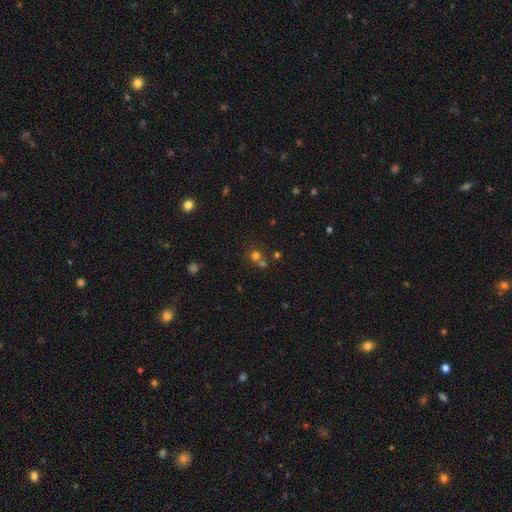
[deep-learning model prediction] Smooth or featured?
  - smooth: 65% *
  - star or artifact: 23%
  - featured or disk: 12%
How rounded?
  - round: 86% *
  - in between: 13%
  - cigar-shaped: 1%
Merging?
  - none: 50% *
  - merger: 40%
  - minor disturbance: 7%
  - major disturbance: 3%